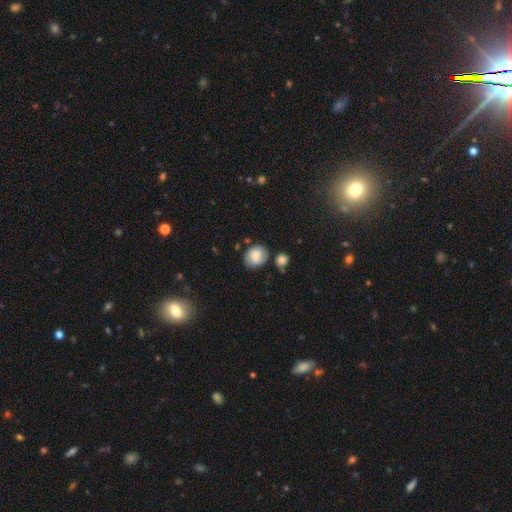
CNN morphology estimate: smooth 55%, featured or disk 36%, star or artifact 9%. Down the decision tree: how rounded — round (55%); merging — none (66%).